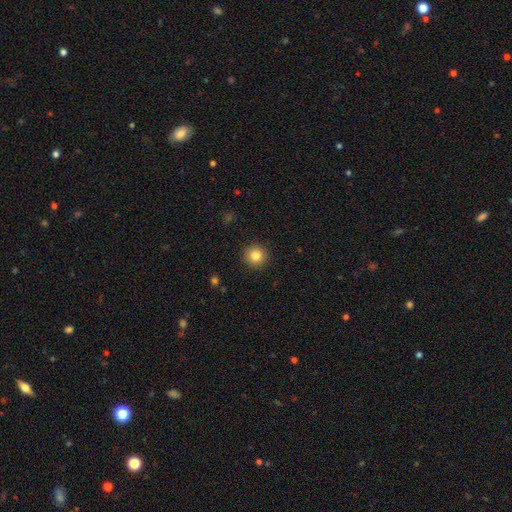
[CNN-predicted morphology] Smooth or featured: smooth — 83% (star or artifact — 10%)
How rounded: round — 95% (in between — 4%)
Merging: none — 92% (minor disturbance — 5%)